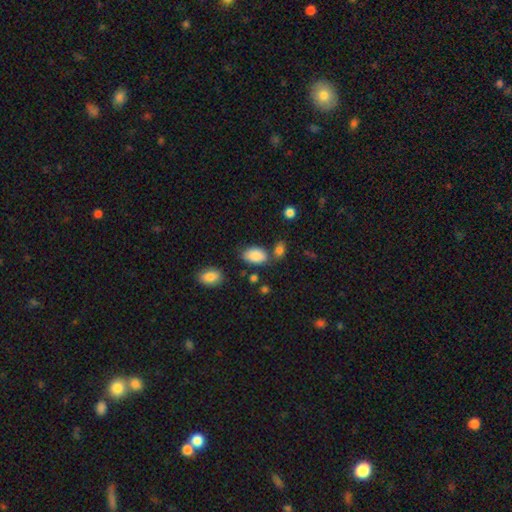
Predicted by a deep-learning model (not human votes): Morphology: type=smooth (87%); roundness=in between (92%); merging=none (66%).